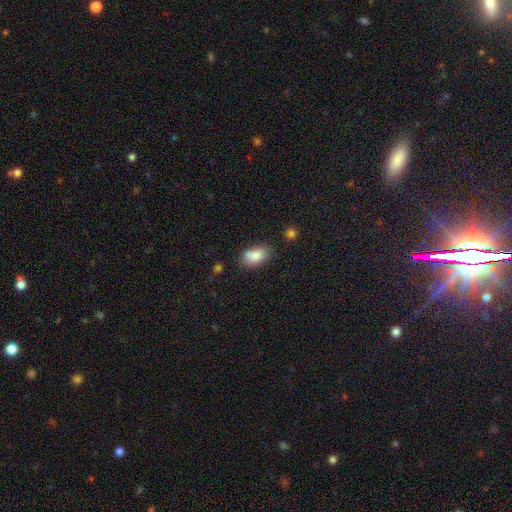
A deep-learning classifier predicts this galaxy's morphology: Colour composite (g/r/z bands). It shows a smooth galaxy with no disk features (81%) that is in between round and cigar-shaped (90%). Merging: none (62%).